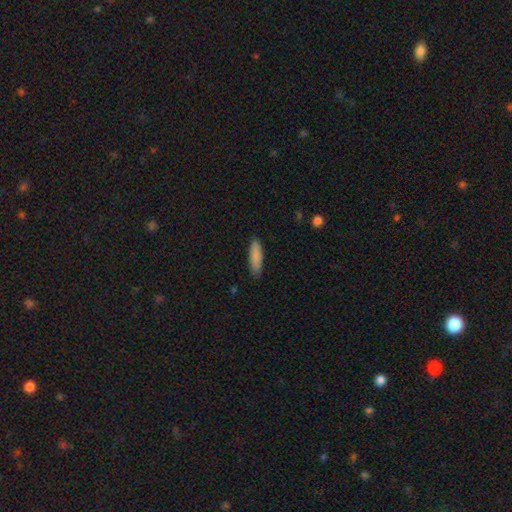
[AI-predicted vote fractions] A smooth galaxy with no disk features (86%) that is cigar-shaped (57%).

Vote fractions:
- Smooth or featured? smooth: 86% / featured or disk: 8% / star or artifact: 6%
- How rounded? cigar-shaped: 57% / in between: 42% / round: 2%
- Merging? none: 85% / minor disturbance: 12% / major disturbance: 2% / merger: 1%